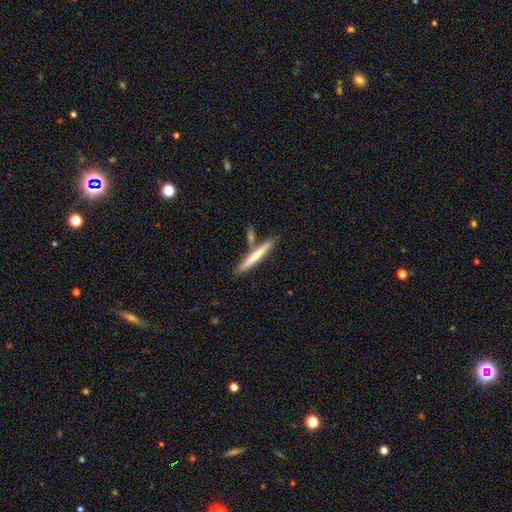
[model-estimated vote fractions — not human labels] smooth-or-featured: smooth: 62% | featured or disk: 33% | star or artifact: 5%
  how-rounded: cigar-shaped: 95% | in between: 4% | round: 1%
  merging: none: 74% | merger: 13% | minor disturbance: 10% | major disturbance: 3%